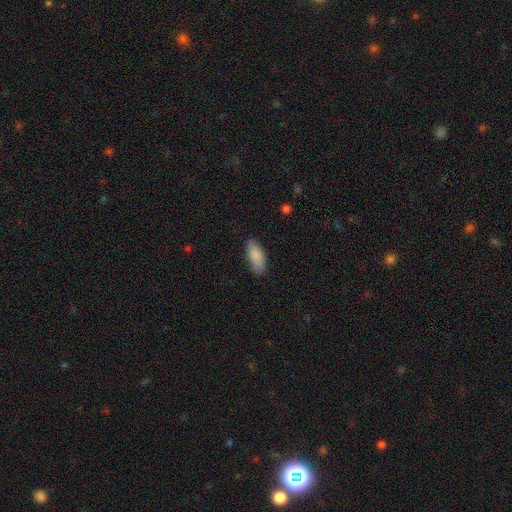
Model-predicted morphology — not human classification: smooth_or_featured: smooth (p=0.88) [alt: star or artifact p=0.06]
how_rounded: in between (p=0.83) [alt: cigar-shaped p=0.15]
merging: none (p=0.82) [alt: minor disturbance p=0.14]